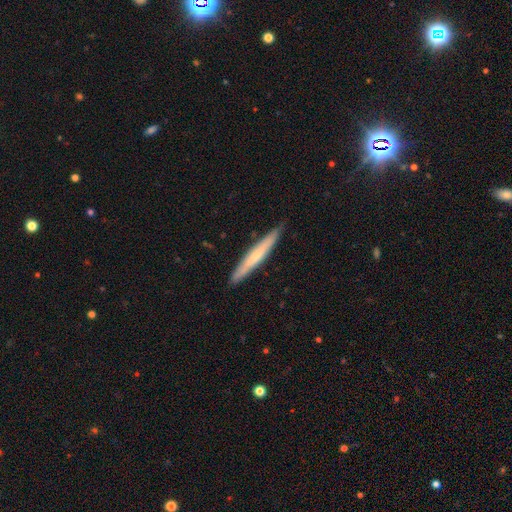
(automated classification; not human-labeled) The model was most divided on "smooth or featured": smooth: 54%, featured or disk: 41%, star or artifact: 5%. More confident: how rounded — cigar-shaped (96%); merging — none (90%).